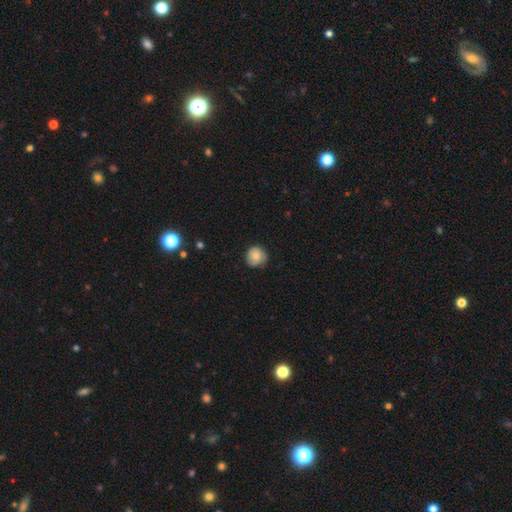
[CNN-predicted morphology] This appears to be a smooth galaxy with no disk features (78%) that is round (91%). Merging: none (72%).